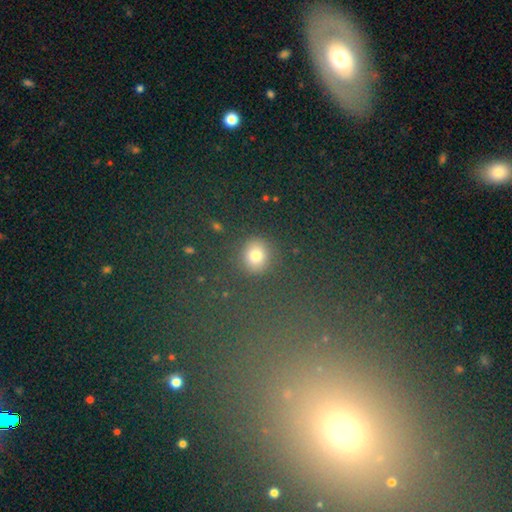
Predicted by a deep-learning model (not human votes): smooth_or_featured: smooth (p=0.74) [alt: star or artifact p=0.19]
how_rounded: round (p=0.77) [alt: in between p=0.21]
merging: none (p=0.83) [alt: minor disturbance p=0.09]